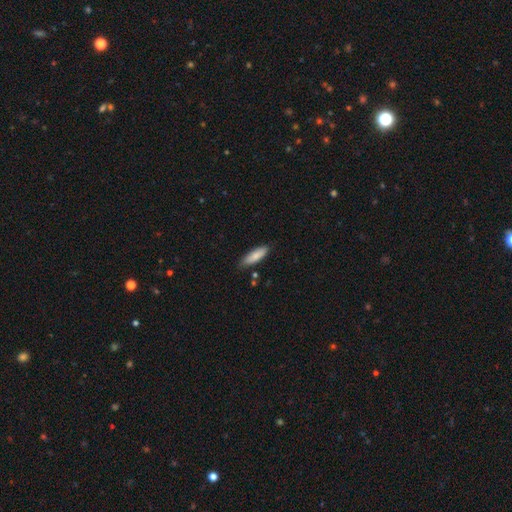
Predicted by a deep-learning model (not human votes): This appears to be a smooth galaxy with no disk features (84%) that is cigar-shaped (51%). Merging: none (79%).